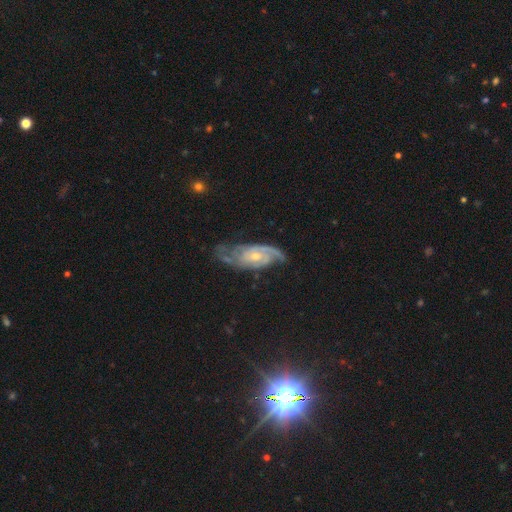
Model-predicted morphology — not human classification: A featured or disk galaxy (86%) with no bar (64%), 2 (60%) tight (49%) spiral arms (96%) and a small central bulge (51%).

Vote fractions:
- Smooth or featured? featured or disk: 86% / smooth: 8% / star or artifact: 6%
- Edge-on disk? no: 94% / yes: 6%
- Bar? no: 64% / weak: 30% / strong: 6%
- Spiral arms? yes: 96% / no: 4%
- Spiral winding? tight: 49% / medium: 39% / loose: 11%
- Spiral arm count? 2: 60% / can't tell: 17% / 3: 12% / 1: 4% / 4: 3% / more than 4: 3%
- Bulge size? small: 51% / moderate: 45% / large: 2% / none: 2% / dominant: 1%
- Merging? none: 64% / minor disturbance: 23% / major disturbance: 11% / merger: 2%